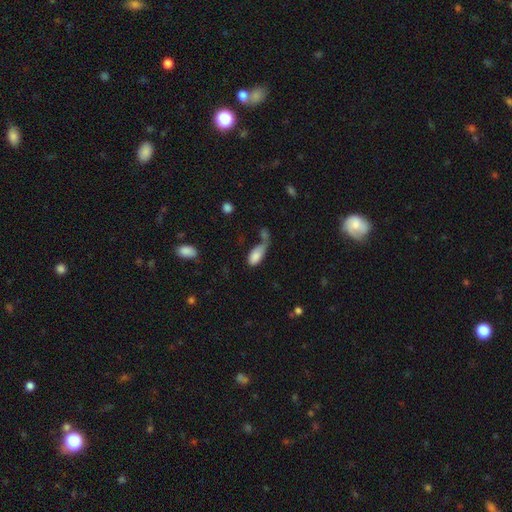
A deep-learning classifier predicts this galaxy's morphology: A smooth galaxy with no disk features (81%) that is in between round and cigar-shaped (89%). Merging: merger (29%).